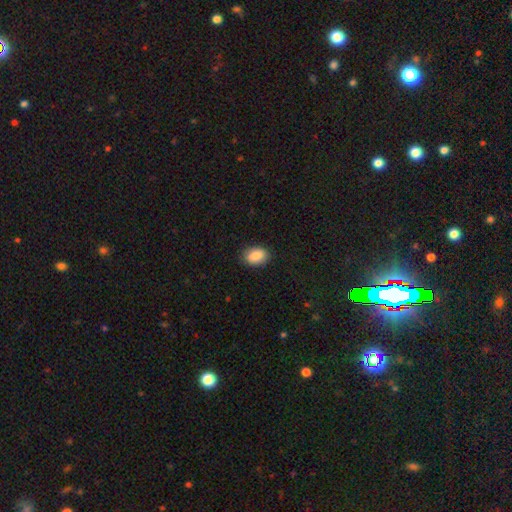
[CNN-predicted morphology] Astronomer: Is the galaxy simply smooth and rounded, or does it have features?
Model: smooth — 87%.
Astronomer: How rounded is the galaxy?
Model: in between — 86%.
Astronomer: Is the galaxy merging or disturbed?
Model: none — 86%.